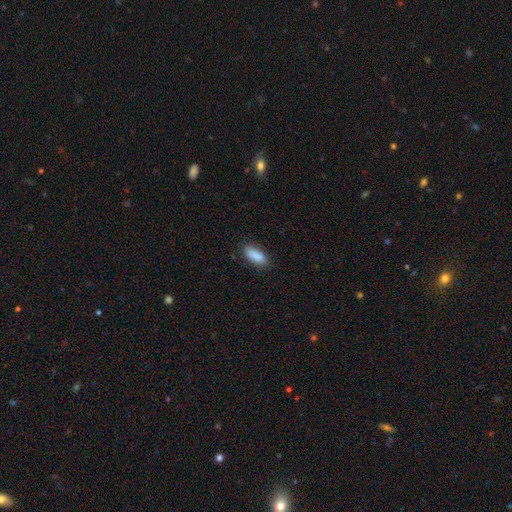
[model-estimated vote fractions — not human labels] smooth 88%, star or artifact 7%, featured or disk 5%. Down the decision tree: how rounded — in between (83%); merging — none (78%).